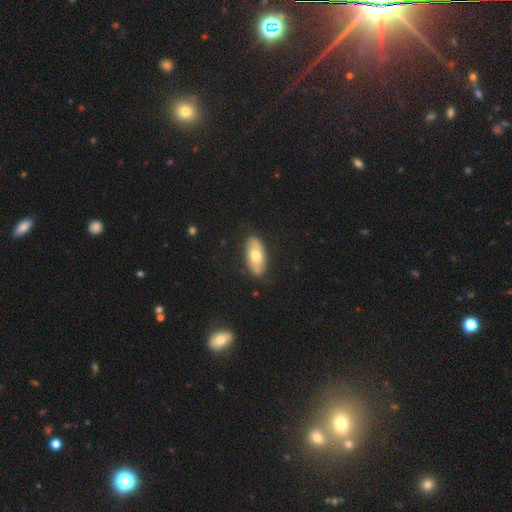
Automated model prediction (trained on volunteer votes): A smooth galaxy with no disk features (61%) that is in between round and cigar-shaped (87%).

Vote fractions:
- Smooth or featured? smooth: 61% / featured or disk: 33% / star or artifact: 5%
- How rounded? in between: 87% / cigar-shaped: 10% / round: 3%
- Merging? none: 81% / minor disturbance: 14% / major disturbance: 3% / merger: 1%